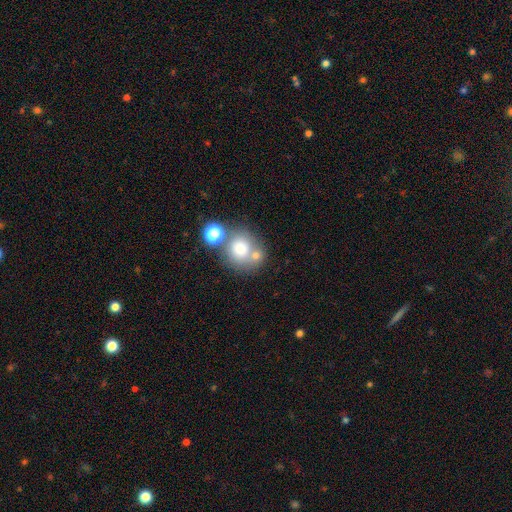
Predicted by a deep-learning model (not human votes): Smooth or featured: smooth — 74% (featured or disk — 14%)
How rounded: round — 82% (in between — 17%)
Merging: none — 50% (merger — 32%)